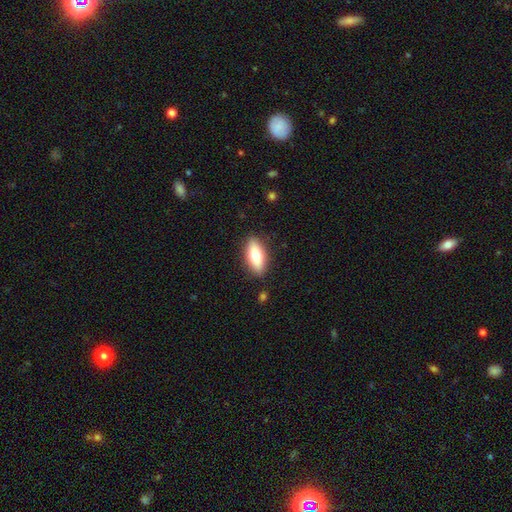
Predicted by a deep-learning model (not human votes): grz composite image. It shows a smooth galaxy with no disk features (72%) that is in between round and cigar-shaped (76%). Merging: none (87%).